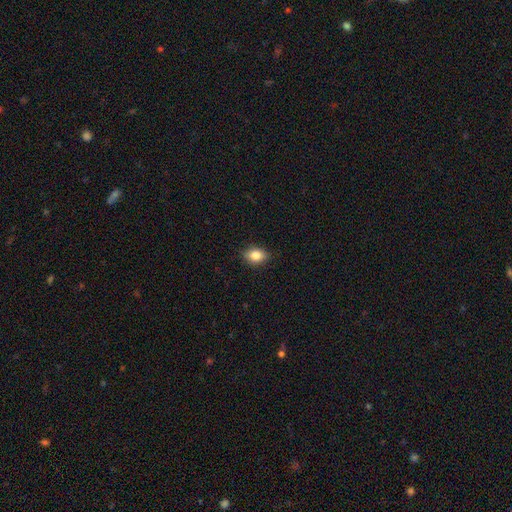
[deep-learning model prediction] Overall: smooth (84%). How rounded: in between (76%). Merging: none (87%).